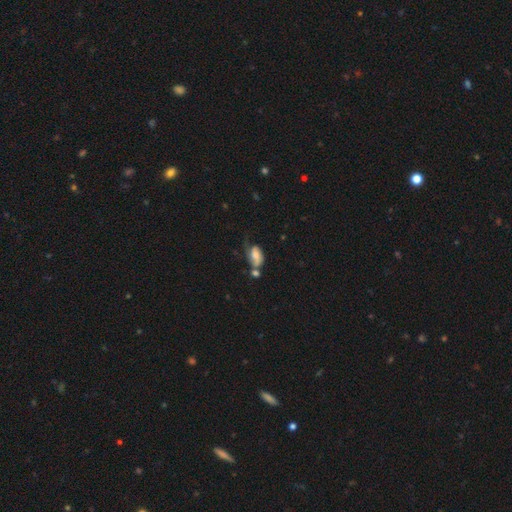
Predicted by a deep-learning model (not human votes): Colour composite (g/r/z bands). It shows a smooth galaxy with no disk features (52%) that is in between round and cigar-shaped (88%). Merging: merger (29%).